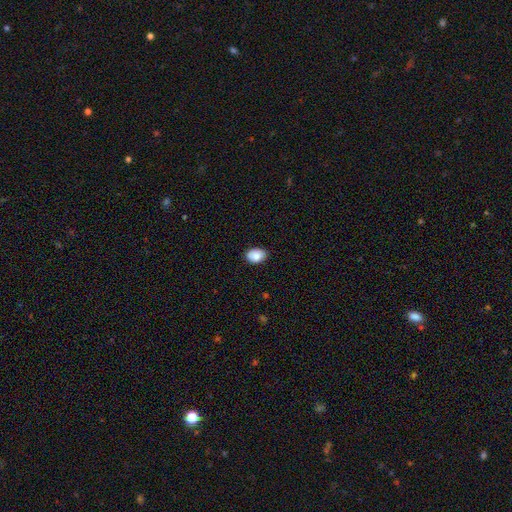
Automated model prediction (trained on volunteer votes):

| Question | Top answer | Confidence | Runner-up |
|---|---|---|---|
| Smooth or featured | smooth | 85% | featured or disk (8%) |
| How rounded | in between | 77% | round (22%) |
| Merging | none | 82% | minor disturbance (14%) |